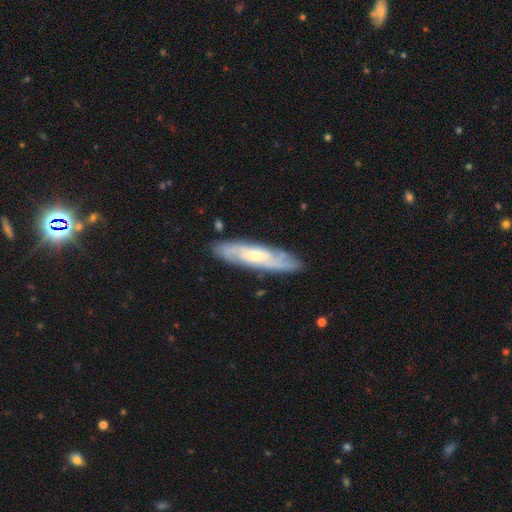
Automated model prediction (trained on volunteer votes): Smooth or featured?
  - featured or disk: 71% *
  - smooth: 23%
  - star or artifact: 5%
Edge-on disk?
  - no: 69% *
  - yes: 31%
Merging?
  - none: 84% *
  - minor disturbance: 12%
  - major disturbance: 3%
  - merger: 1%